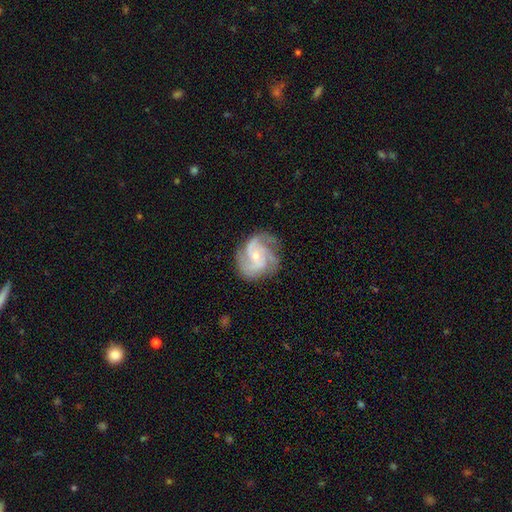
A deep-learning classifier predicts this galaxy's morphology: featured or disk 87%, smooth 8%, star or artifact 6%. Down the decision tree: edge-on disk — no (98%); bar — no (61%); spiral arms — yes (97%); spiral arm count — 3 (54%); spiral winding — medium (51%); bulge size — small (65%); merging — none (71%).